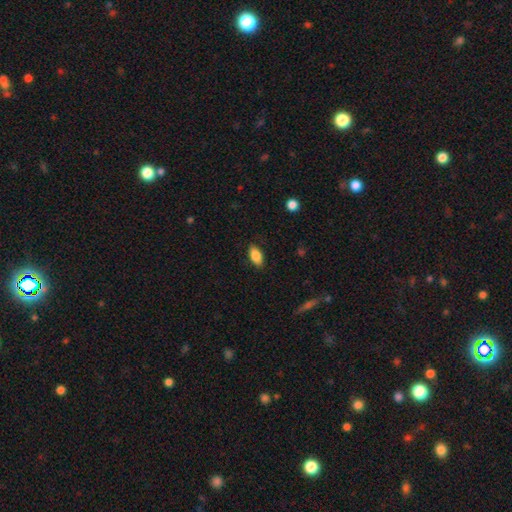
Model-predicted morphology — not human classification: smooth_or_featured: smooth (p=0.85) [alt: featured or disk p=0.08]
how_rounded: in between (p=0.89) [alt: cigar-shaped p=0.07]
merging: none (p=0.86) [alt: minor disturbance p=0.11]